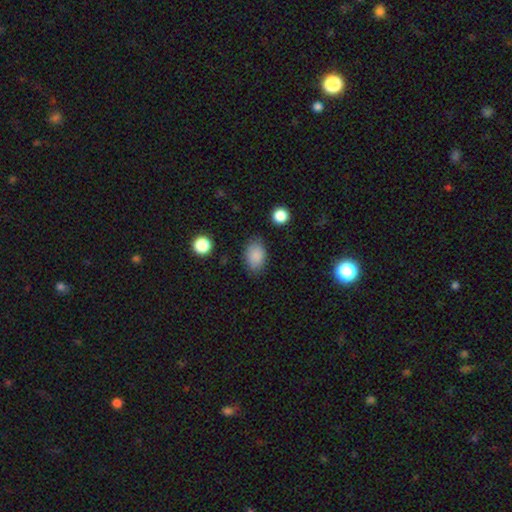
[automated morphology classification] smooth_or_featured: smooth (p=0.87) [alt: star or artifact p=0.08]
how_rounded: in between (p=0.86) [alt: round p=0.13]
merging: none (p=0.82) [alt: minor disturbance p=0.12]